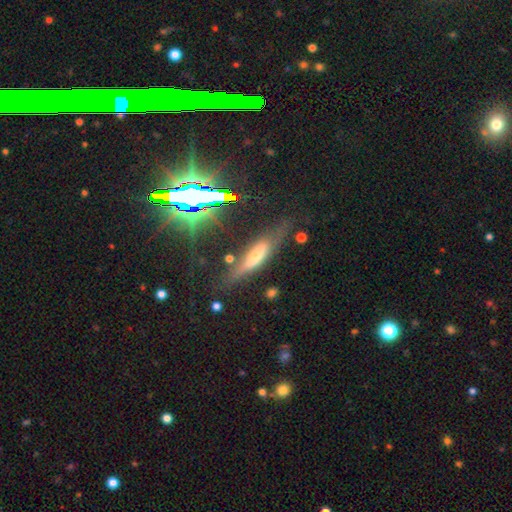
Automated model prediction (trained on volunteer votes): A featured or disk galaxy (42%). Merging: none (65%).